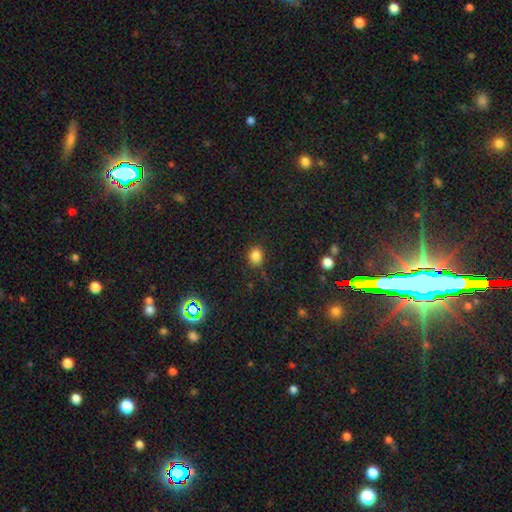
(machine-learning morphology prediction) Smooth or featured?
  - smooth: 83% *
  - star or artifact: 13%
  - featured or disk: 5%
How rounded?
  - round: 59% *
  - in between: 40%
  - cigar-shaped: 1%
Merging?
  - none: 81% *
  - minor disturbance: 14%
  - major disturbance: 3%
  - merger: 2%